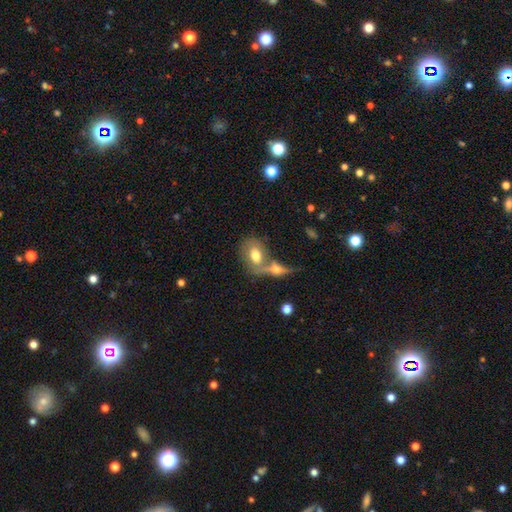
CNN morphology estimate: Smooth or featured? Predicted: smooth (p=0.62). How rounded? Predicted: in between (p=0.74). Merging? Predicted: none (p=0.43).